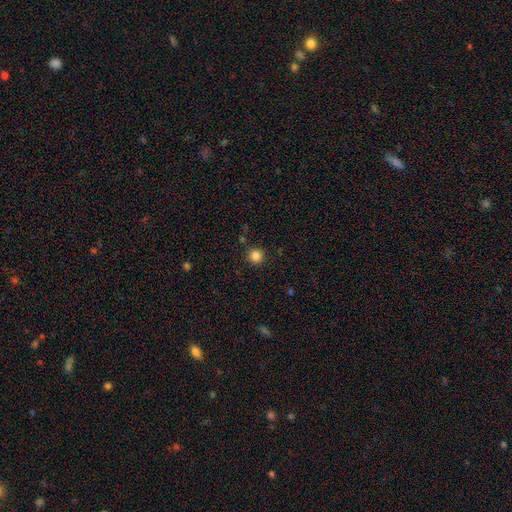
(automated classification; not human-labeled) Q: Smooth or featured?
A: smooth (84%); runner-up: star or artifact (12%)
Q: How rounded?
A: round (95%); runner-up: in between (4%)
Q: Merging?
A: none (89%); runner-up: minor disturbance (6%)